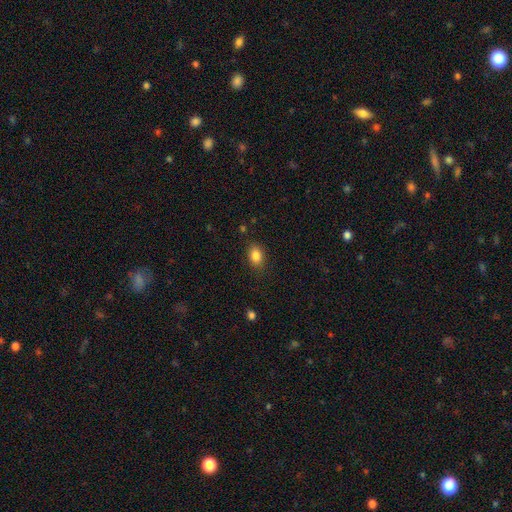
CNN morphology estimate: Smooth or featured: smooth — 85% (star or artifact — 9%)
How rounded: in between — 79% (round — 20%)
Merging: none — 84% (minor disturbance — 12%)